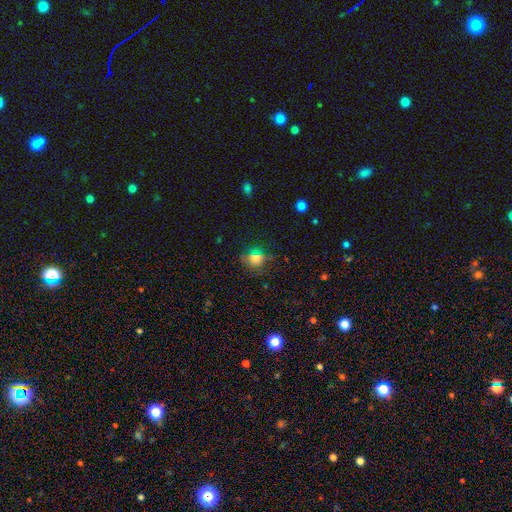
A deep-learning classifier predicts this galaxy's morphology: Smooth or featured? smooth (72%)
How rounded? round (80%)
Merging? none (80%)